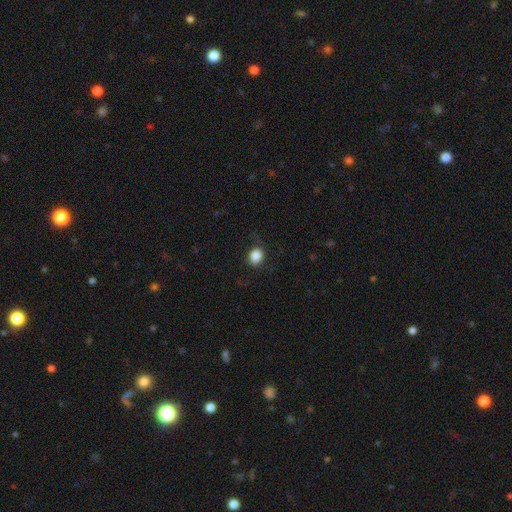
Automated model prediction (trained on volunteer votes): Morphology: type=smooth (86%); roundness=round (66%); merging=none (77%).